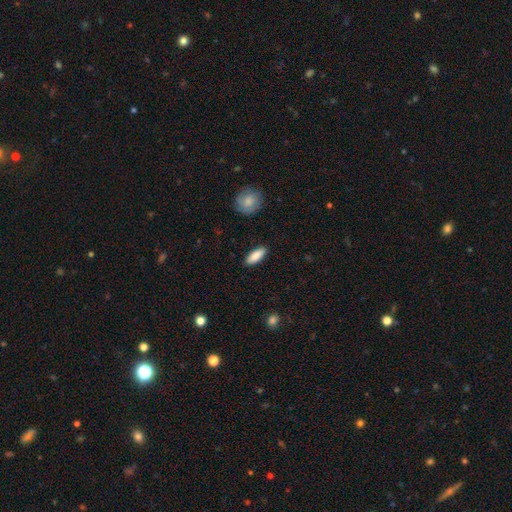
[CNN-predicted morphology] Smooth or featured: smooth — 87% (featured or disk — 7%)
How rounded: in between — 67% (cigar-shaped — 31%)
Merging: none — 89% (minor disturbance — 8%)